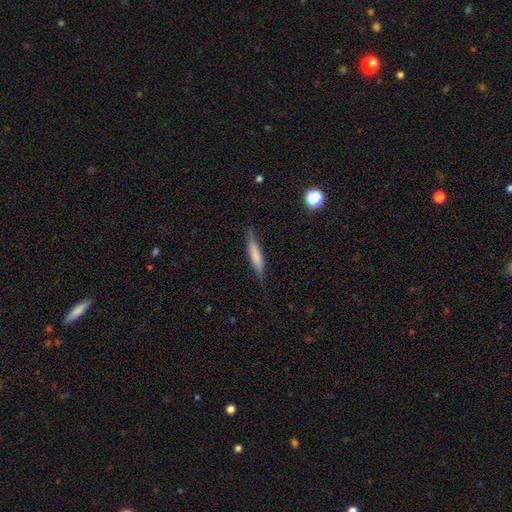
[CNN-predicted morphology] Overall: smooth (66%; featured or disk 28%). How rounded: cigar-shaped (87%). Merging: none (80%).